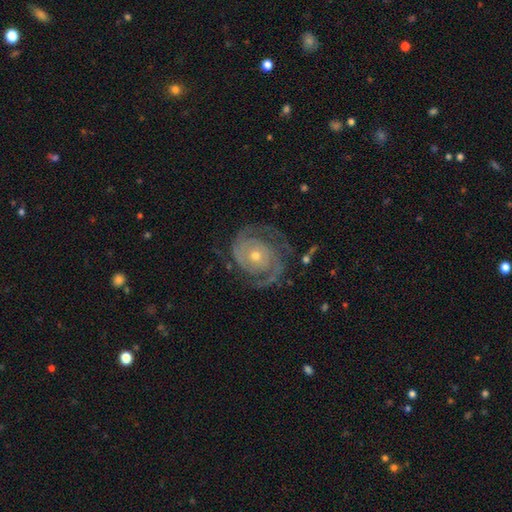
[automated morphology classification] Q: Smooth or featured?
A: featured or disk (90%); runner-up: star or artifact (5%)
Q: Edge-on disk?
A: no (98%); runner-up: yes (2%)
Q: Bar?
A: no (77%); runner-up: weak (17%)
Q: Spiral arms?
A: yes (97%); runner-up: no (3%)
Q: Spiral winding?
A: tight (62%); runner-up: medium (31%)
Q: Spiral arm count?
A: 2 (76%); runner-up: 3 (8%)
Q: Bulge size?
A: small (54%); runner-up: moderate (43%)
Q: Merging?
A: none (74%); runner-up: minor disturbance (15%)